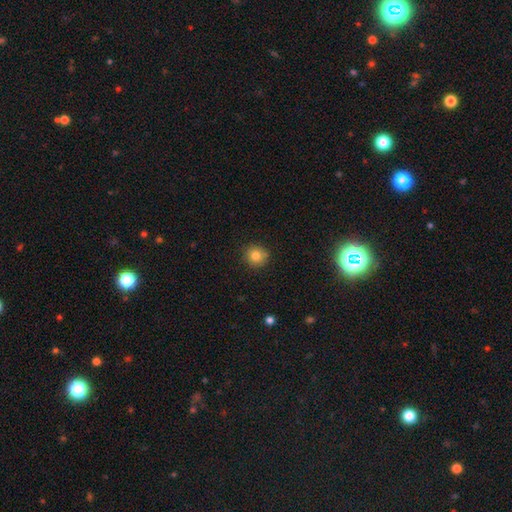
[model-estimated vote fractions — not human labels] Morphology: type=smooth (82%); roundness=round (90%); merging=none (87%).